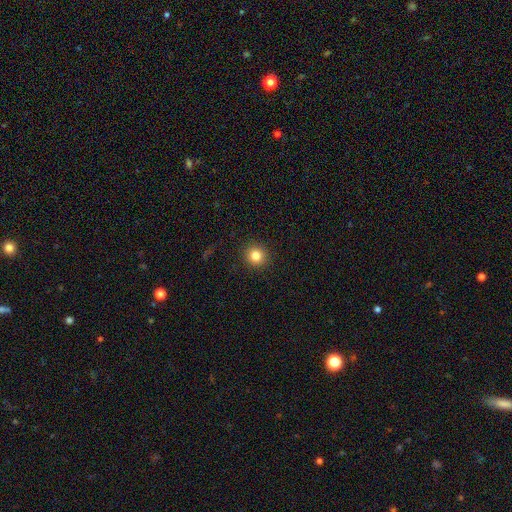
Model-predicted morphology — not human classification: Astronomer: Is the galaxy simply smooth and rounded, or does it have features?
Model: smooth — 83%.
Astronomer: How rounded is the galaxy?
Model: round — 93%.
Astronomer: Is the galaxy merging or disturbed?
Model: none — 92%.